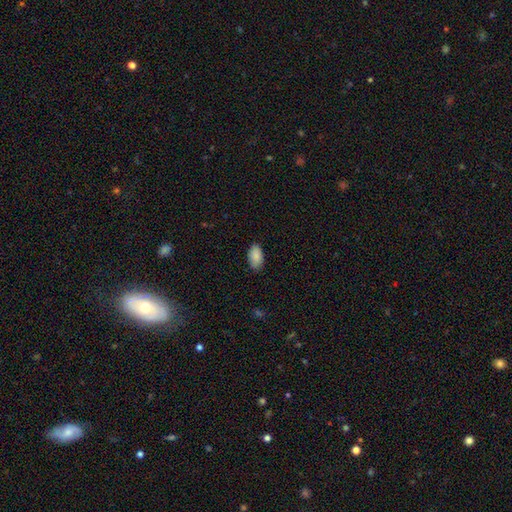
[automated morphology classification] smooth-or-featured: smooth: 87% | star or artifact: 7% | featured or disk: 6%
  how-rounded: in between: 94% | round: 4% | cigar-shaped: 2%
  merging: none: 83% | minor disturbance: 13% | major disturbance: 2% | merger: 1%